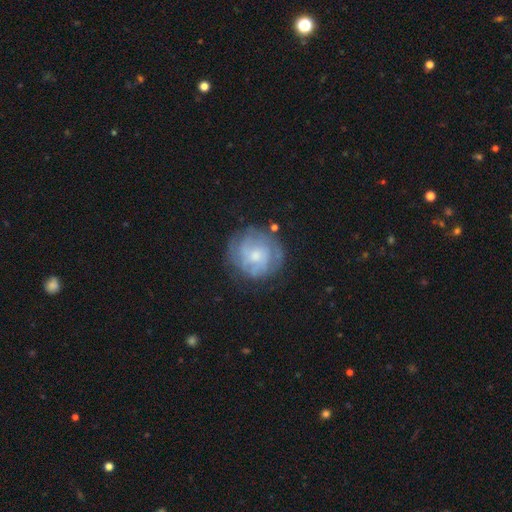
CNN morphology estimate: This appears to be a featured or disk galaxy (58%) with no bar (75%), spiral arms (62%) and a moderate central bulge (46%). Merging: none (69%).